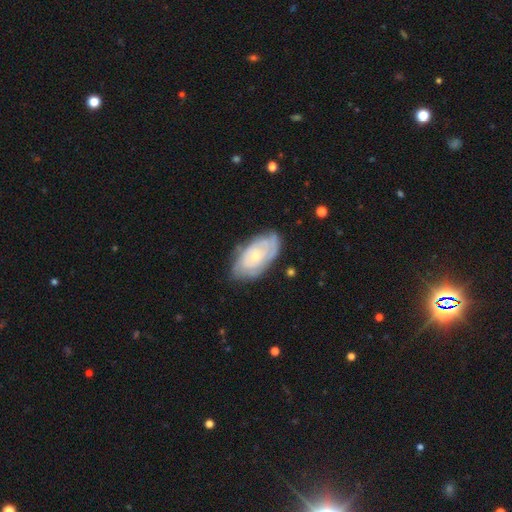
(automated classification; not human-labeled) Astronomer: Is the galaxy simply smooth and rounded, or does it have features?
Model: featured or disk — 71%.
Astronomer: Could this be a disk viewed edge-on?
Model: no — 94%.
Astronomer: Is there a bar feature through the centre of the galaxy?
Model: no — 79%.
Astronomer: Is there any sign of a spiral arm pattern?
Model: yes — 80%.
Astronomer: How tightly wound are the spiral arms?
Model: tight — 74%.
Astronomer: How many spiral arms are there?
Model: can't tell — 56%.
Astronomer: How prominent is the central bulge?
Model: small — 68%.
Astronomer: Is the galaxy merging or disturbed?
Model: none — 71%.